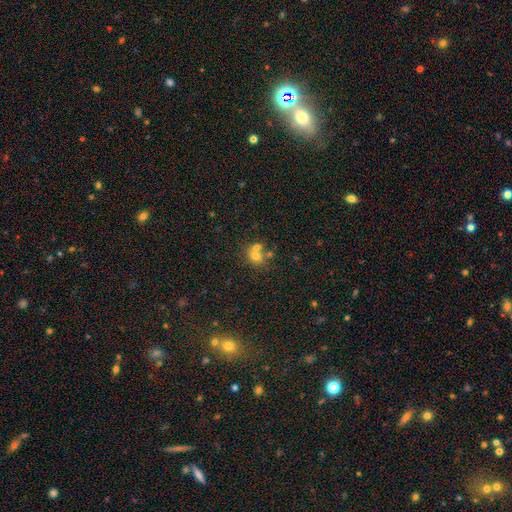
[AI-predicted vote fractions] A smooth galaxy with no disk features (67%) that is round (74%).

Vote fractions:
- Smooth or featured? smooth: 67% / star or artifact: 17% / featured or disk: 16%
- How rounded? round: 74% / in between: 25% / cigar-shaped: 1%
- Merging? merger: 49% / none: 40% / minor disturbance: 8% / major disturbance: 4%